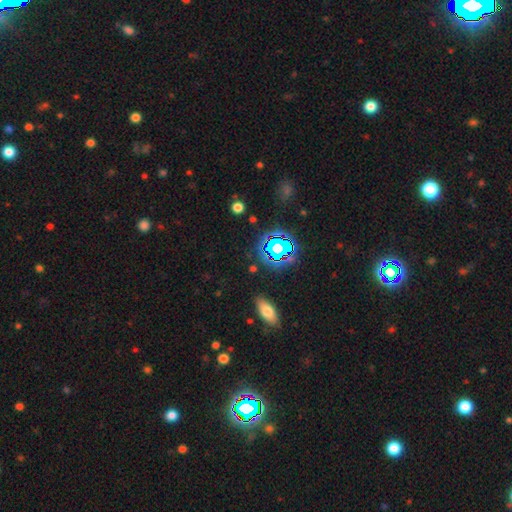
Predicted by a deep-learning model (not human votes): A star or artifact, not a galaxy (66%).

Vote fractions:
- Smooth or featured? star or artifact: 66% / smooth: 22% / featured or disk: 12%